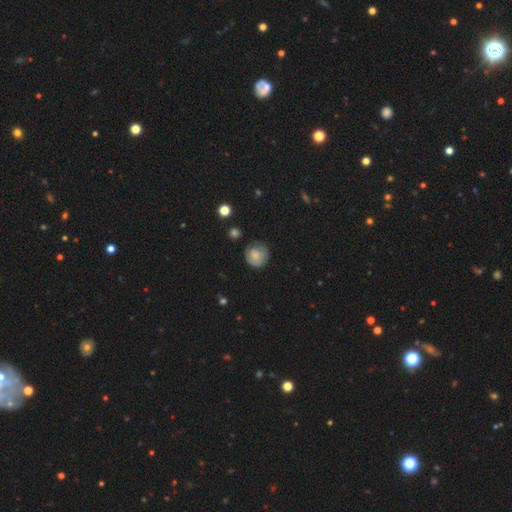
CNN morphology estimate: smooth 68%, featured or disk 23%, star or artifact 8%. Down the decision tree: how rounded — round (88%); merging — none (70%).